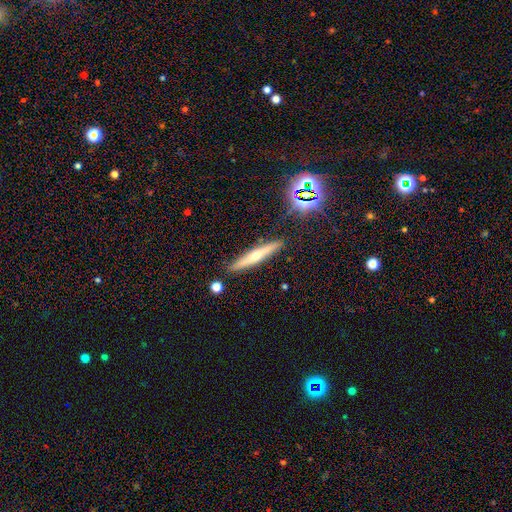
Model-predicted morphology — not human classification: smooth_or_featured: featured or disk (p=0.52) [alt: smooth p=0.38]
disk_edge_on: yes (p=0.94) [alt: no p=0.06]
merging: none (p=0.88) [alt: minor disturbance p=0.08]